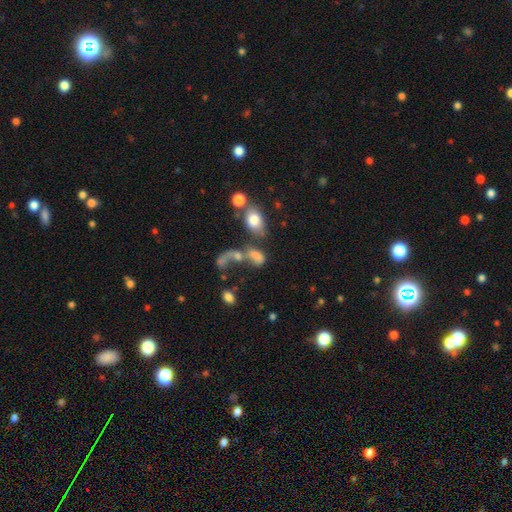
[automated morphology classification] smooth_or_featured: smooth (p=0.58) [alt: featured or disk p=0.26]
how_rounded: in between (p=0.79) [alt: round p=0.16]
merging: merger (p=0.48) [alt: major disturbance p=0.22]